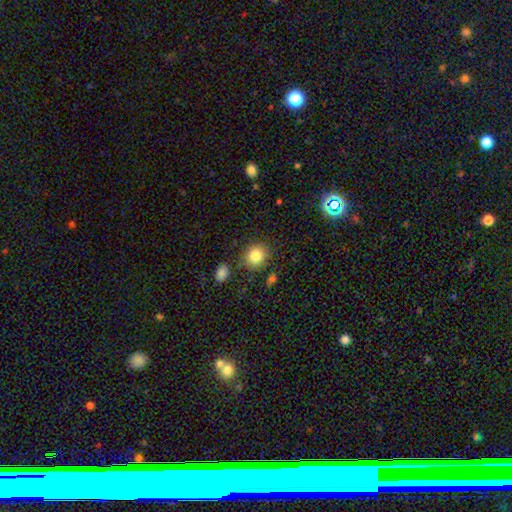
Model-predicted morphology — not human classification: This appears to be a smooth galaxy with no disk features (83%) that is round (81%). Merging: none (81%).